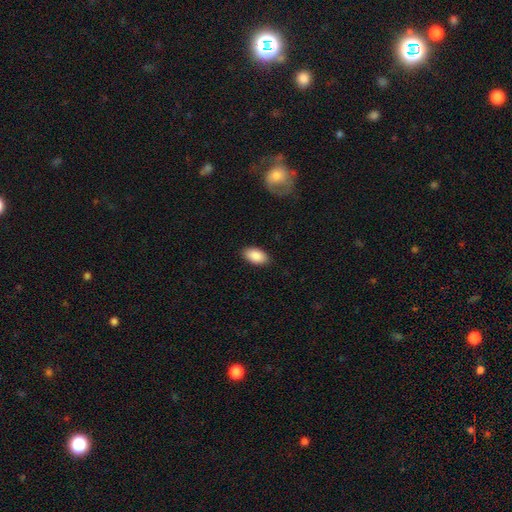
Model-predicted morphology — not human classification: Smooth or featured?
  - smooth: 89% *
  - star or artifact: 6%
  - featured or disk: 4%
How rounded?
  - in between: 95% *
  - round: 3%
  - cigar-shaped: 2%
Merging?
  - none: 88% *
  - minor disturbance: 9%
  - major disturbance: 2%
  - merger: 1%